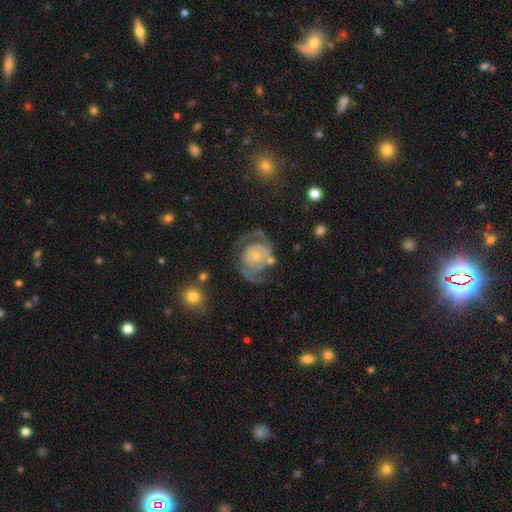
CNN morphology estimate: A featured or disk galaxy (79%) with no bar (75%), 2 (75%) medium (42%) spiral arms (88%) and a small central bulge (64%).

Vote fractions:
- Smooth or featured? featured or disk: 79% / smooth: 15% / star or artifact: 6%
- Edge-on disk? no: 98% / yes: 2%
- Bar? no: 75% / weak: 20% / strong: 5%
- Spiral arms? yes: 88% / no: 12%
- Spiral winding? medium: 42% / tight: 36% / loose: 22%
- Spiral arm count? 2: 75% / can't tell: 11% / 1: 6% / 3: 4% / 4: 2% / more than 4: 2%
- Bulge size? small: 64% / moderate: 23% / none: 6% / large: 5% / dominant: 2%
- Merging? none: 51% / major disturbance: 22% / minor disturbance: 20% / merger: 7%